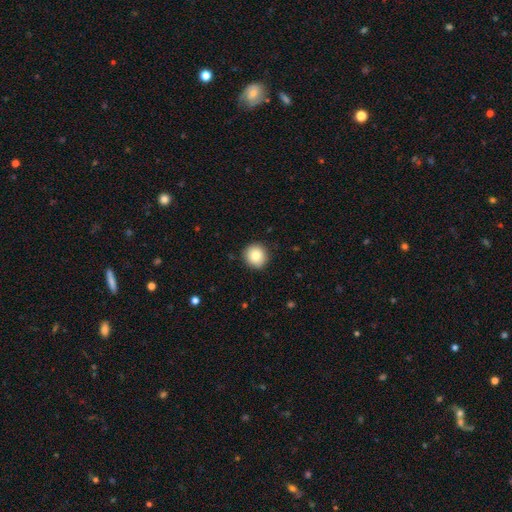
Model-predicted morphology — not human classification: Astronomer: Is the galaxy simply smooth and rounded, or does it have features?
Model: smooth — 82%.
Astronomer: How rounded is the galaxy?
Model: round — 93%.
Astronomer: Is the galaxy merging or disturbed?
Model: none — 91%.